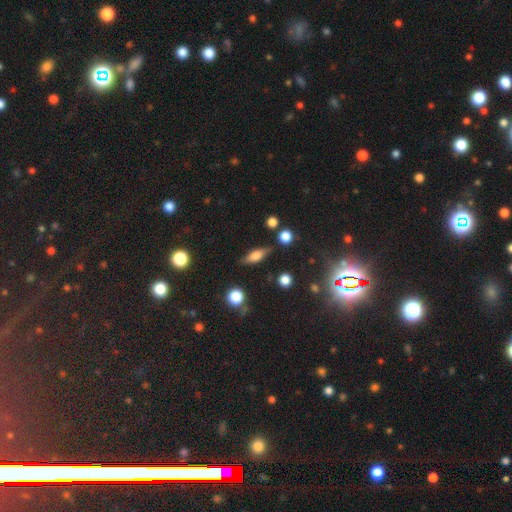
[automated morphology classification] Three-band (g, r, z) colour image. It shows a smooth galaxy with no disk features (53%) that is in between round and cigar-shaped (56%). Merging: none (79%).